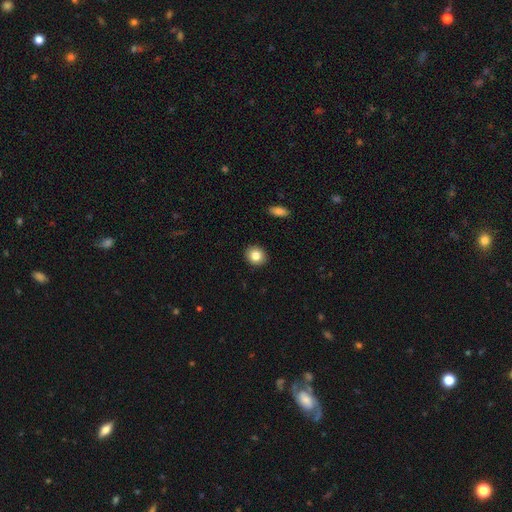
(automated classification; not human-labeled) Overall: smooth (84%). How rounded: round (77%). Merging: none (92%).